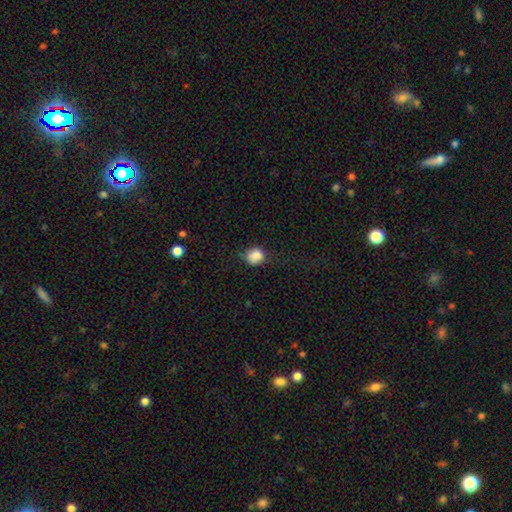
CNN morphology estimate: This appears to be a smooth galaxy with no disk features (85%) that is round (75%). Merging: none (62%).